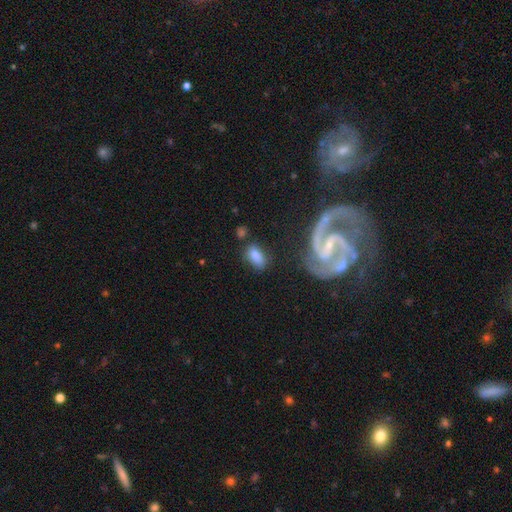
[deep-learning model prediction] The model was most divided on "merging": none: 66%, minor disturbance: 19%, major disturbance: 8%, merger: 7%. More confident: how rounded — in between (90%); smooth or featured — smooth (77%).